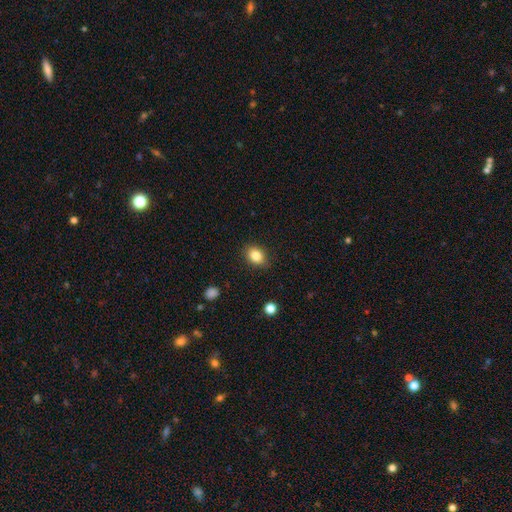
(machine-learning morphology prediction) A smooth galaxy with no disk features (84%) that is in between round and cigar-shaped (66%).

Vote fractions:
- Smooth or featured? smooth: 84% / star or artifact: 9% / featured or disk: 6%
- How rounded? in between: 66% / round: 33% / cigar-shaped: 1%
- Merging? none: 86% / minor disturbance: 10% / major disturbance: 3% / merger: 1%